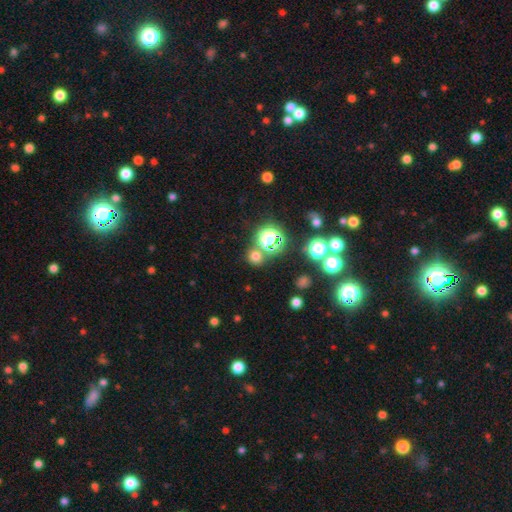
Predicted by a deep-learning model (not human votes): smooth 63%, star or artifact 30%, featured or disk 7%. Down the decision tree: how rounded — round (87%); merging — none (76%).